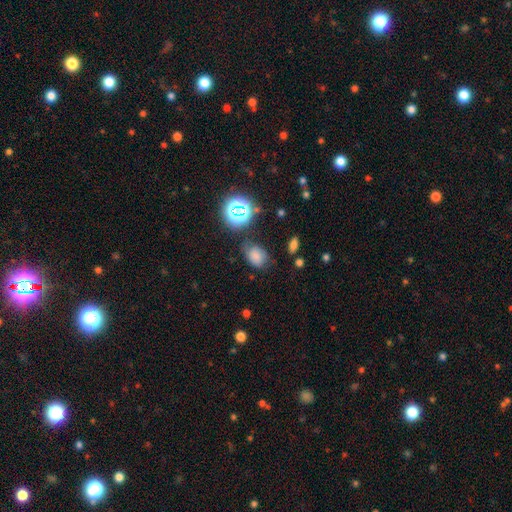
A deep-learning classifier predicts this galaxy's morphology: The model was most divided on "how rounded": in between: 68%, round: 30%, cigar-shaped: 1%. More confident: smooth or featured — smooth (70%); merging — none (63%).